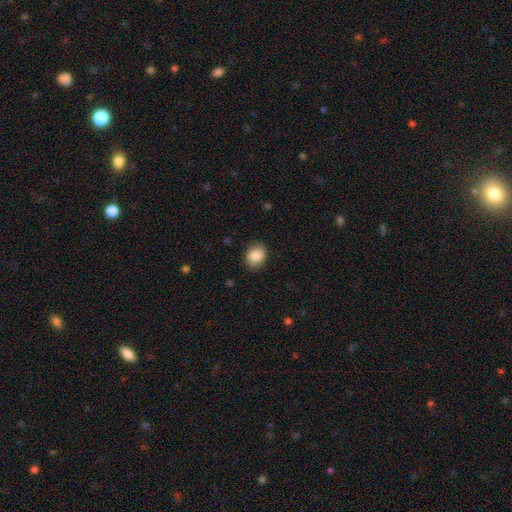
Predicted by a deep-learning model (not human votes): smooth-or-featured: smooth: 87% | star or artifact: 8% | featured or disk: 5%
  how-rounded: round: 51% | in between: 48% | cigar-shaped: 1%
  merging: none: 86% | minor disturbance: 10% | major disturbance: 3% | merger: 1%